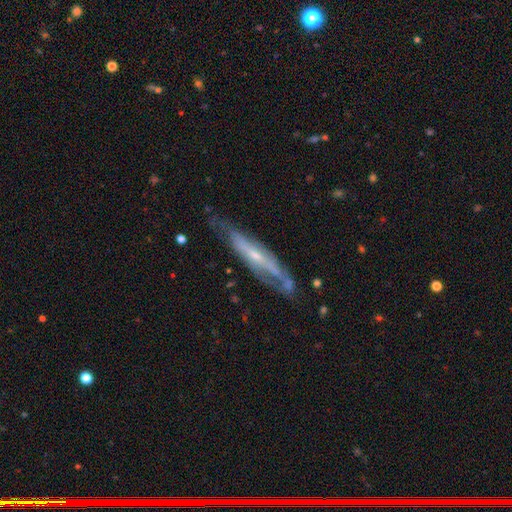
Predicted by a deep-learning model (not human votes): The model was most divided on "edge-on disk": yes: 56%, no: 44%. More confident: smooth or featured — featured or disk (75%); merging — none (58%).